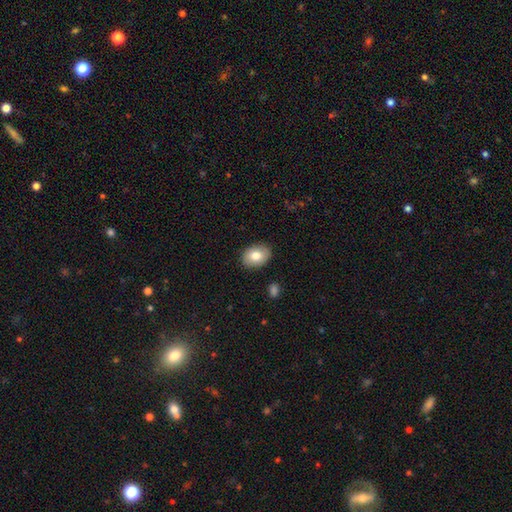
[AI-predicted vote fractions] Morphology: type=smooth (78%); roundness=in between (72%); merging=none (87%).